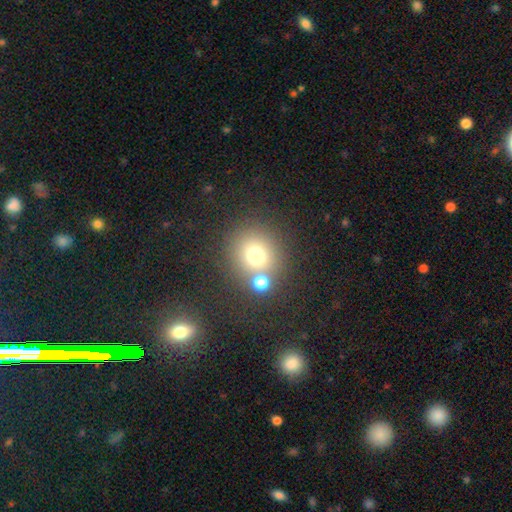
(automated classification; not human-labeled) Smooth or featured?
  - smooth: 71% *
  - star or artifact: 19%
  - featured or disk: 11%
How rounded?
  - round: 89% *
  - in between: 10%
  - cigar-shaped: 1%
Merging?
  - none: 69% *
  - merger: 18%
  - minor disturbance: 8%
  - major disturbance: 4%